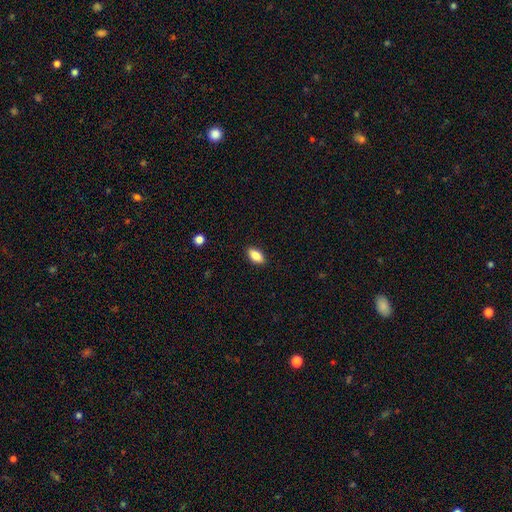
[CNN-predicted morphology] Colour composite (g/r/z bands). It shows a smooth galaxy with no disk features (86%) that is in between round and cigar-shaped (90%). Merging: none (89%).